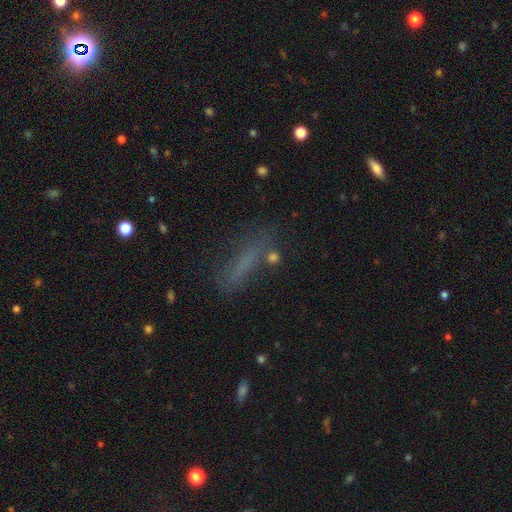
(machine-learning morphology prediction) Smooth or featured?
  - smooth: 60% *
  - featured or disk: 20%
  - star or artifact: 20%
How rounded?
  - cigar-shaped: 72% *
  - in between: 25%
  - round: 3%
Merging?
  - none: 61% *
  - minor disturbance: 20%
  - major disturbance: 13%
  - merger: 6%